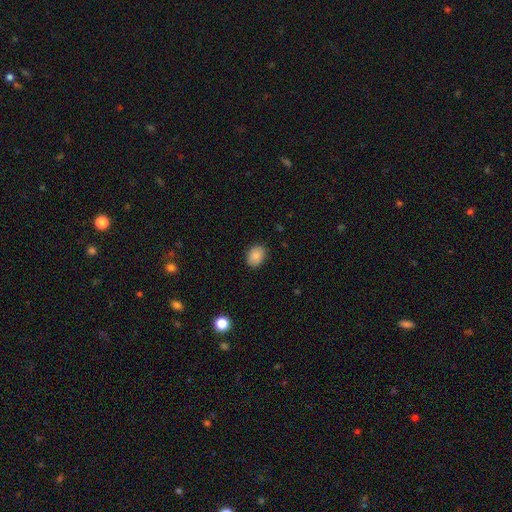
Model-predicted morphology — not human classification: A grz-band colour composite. It shows a smooth galaxy with no disk features (88%) that is in between round and cigar-shaped (67%). Merging: none (87%).